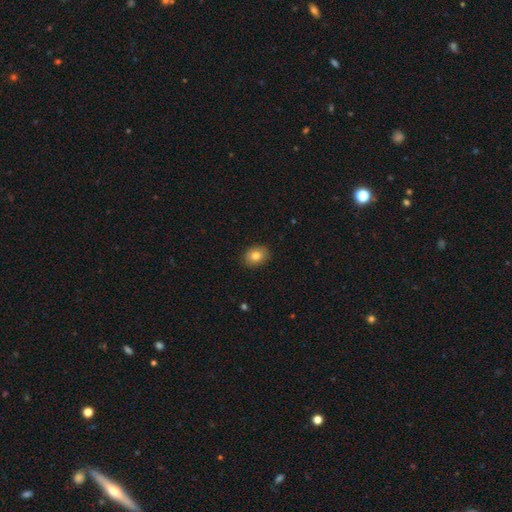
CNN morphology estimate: A smooth galaxy with no disk features (82%) that is in between round and cigar-shaped (62%).

Vote fractions:
- Smooth or featured? smooth: 82% / star or artifact: 9% / featured or disk: 9%
- How rounded? in between: 62% / round: 37% / cigar-shaped: 1%
- Merging? none: 89% / minor disturbance: 8% / major disturbance: 2% / merger: 1%